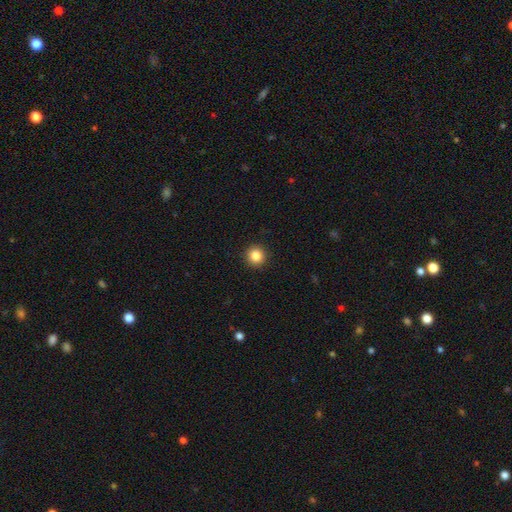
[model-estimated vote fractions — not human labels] smooth 85%, star or artifact 10%, featured or disk 4%. Down the decision tree: how rounded — round (94%); merging — none (93%).